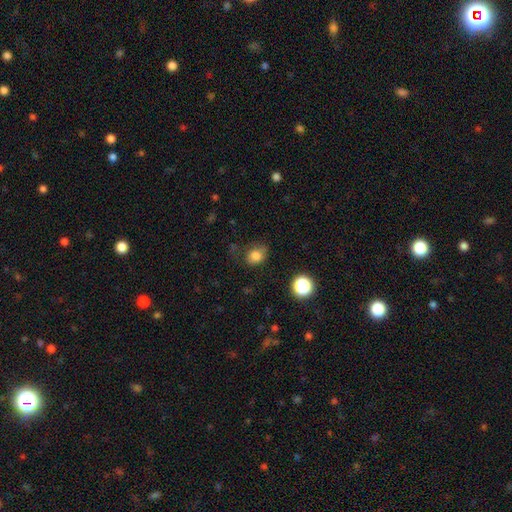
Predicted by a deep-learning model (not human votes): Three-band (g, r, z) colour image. It shows a smooth galaxy with no disk features (80%) that is round (54%). Merging: none (62%).